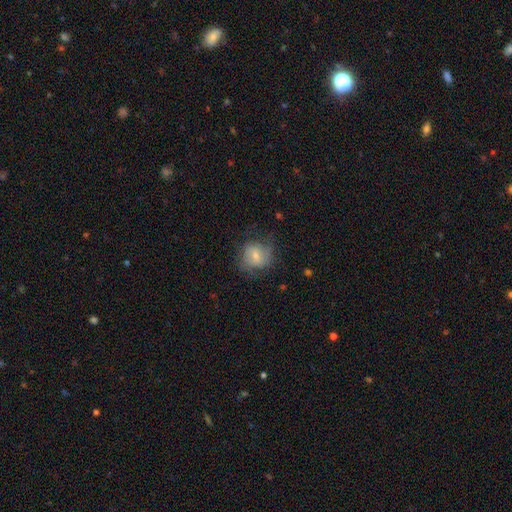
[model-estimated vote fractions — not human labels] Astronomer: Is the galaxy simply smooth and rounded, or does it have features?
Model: smooth — 62%.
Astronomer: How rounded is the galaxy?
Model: round — 69%.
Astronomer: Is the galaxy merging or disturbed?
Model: none — 60%.